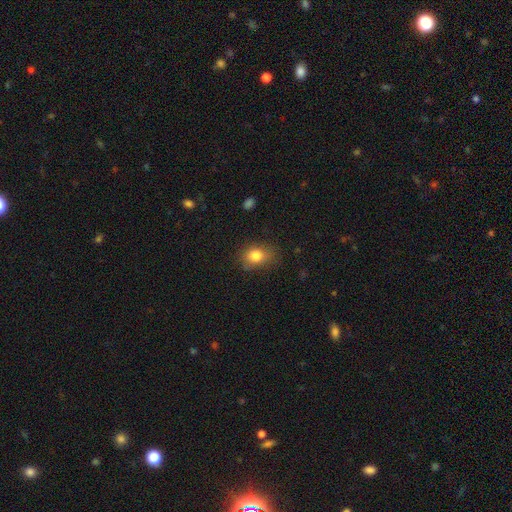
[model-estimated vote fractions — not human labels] The model was most divided on "how rounded": in between: 58%, round: 40%, cigar-shaped: 1%. More confident: smooth or featured — smooth (81%); merging — none (69%).